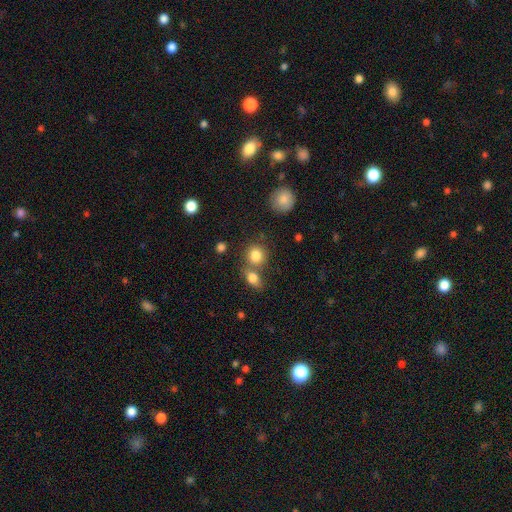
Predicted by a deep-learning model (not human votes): Smooth or featured?
  - smooth: 82% *
  - star or artifact: 10%
  - featured or disk: 7%
How rounded?
  - round: 77% *
  - in between: 21%
  - cigar-shaped: 1%
Merging?
  - none: 55% *
  - merger: 32%
  - minor disturbance: 9%
  - major disturbance: 4%